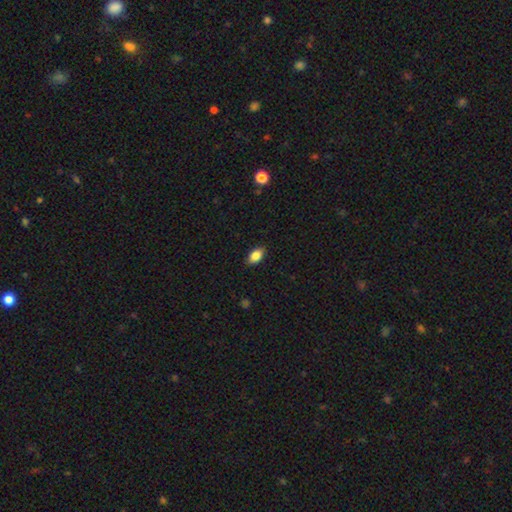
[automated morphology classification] Q: Smooth or featured?
A: smooth (85%); runner-up: star or artifact (8%)
Q: How rounded?
A: in between (90%); runner-up: round (7%)
Q: Merging?
A: none (87%); runner-up: minor disturbance (10%)